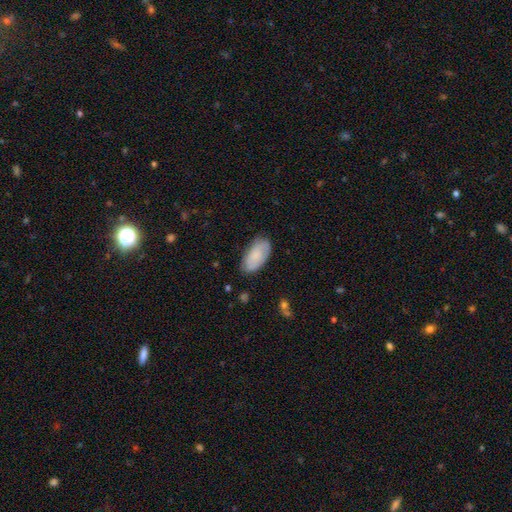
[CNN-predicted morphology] The model was most divided on "merging": none: 75%, minor disturbance: 20%, major disturbance: 4%, merger: 1%. More confident: how rounded — in between (94%); smooth or featured — smooth (76%).